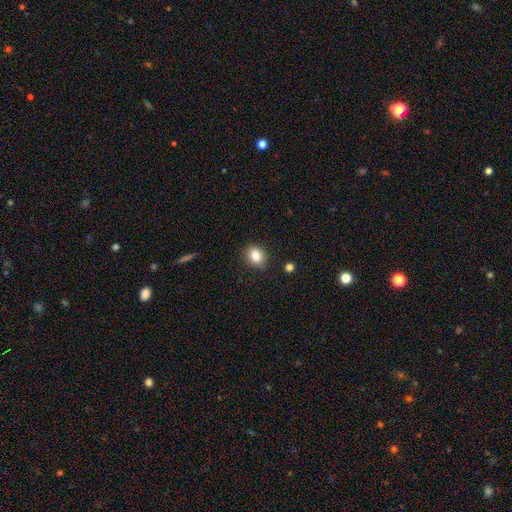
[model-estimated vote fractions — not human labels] The model was most divided on "how rounded": round: 53%, in between: 46%, cigar-shaped: 1%. More confident: merging — none (86%); smooth or featured — smooth (84%).